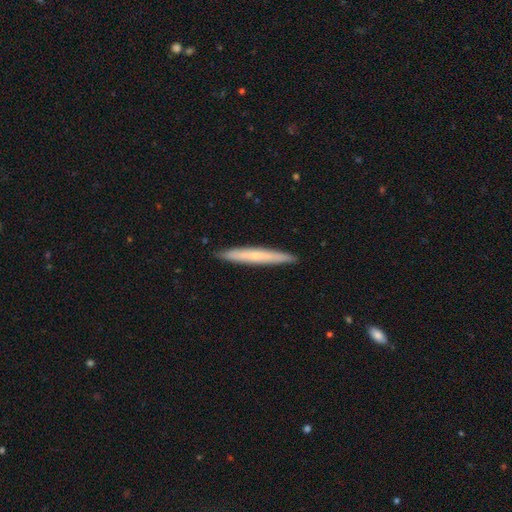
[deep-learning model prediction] Smooth or featured?
  - smooth: 51% *
  - featured or disk: 43%
  - star or artifact: 6%
How rounded?
  - cigar-shaped: 96% *
  - in between: 2%
  - round: 1%
Merging?
  - none: 92% *
  - minor disturbance: 6%
  - major disturbance: 1%
  - merger: 1%